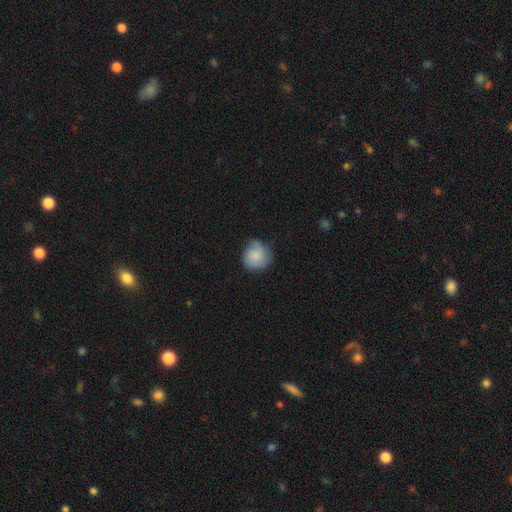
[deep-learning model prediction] smooth 73%, featured or disk 20%, star or artifact 7%. Down the decision tree: how rounded — round (82%); merging — none (61%).